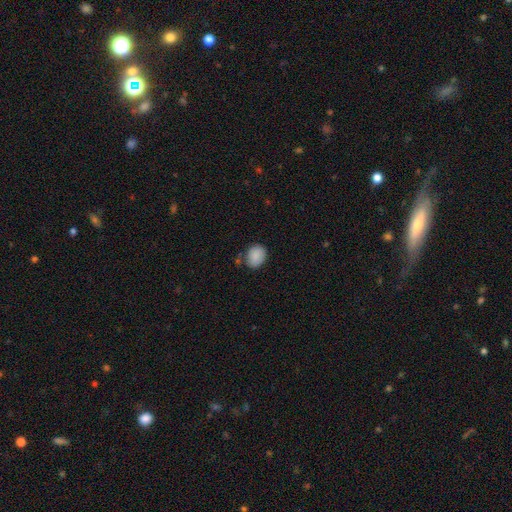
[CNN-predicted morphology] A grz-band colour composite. It shows a smooth galaxy with no disk features (88%) that is in between round and cigar-shaped (55%). Merging: none (73%).